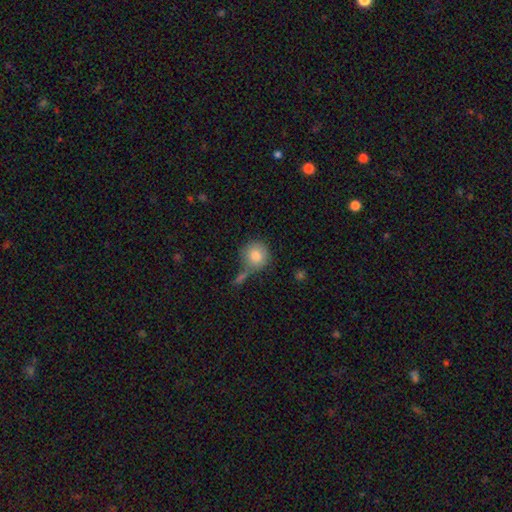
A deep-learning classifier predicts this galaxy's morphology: A smooth galaxy with no disk features (83%) that is round (90%).

Vote fractions:
- Smooth or featured? smooth: 83% / featured or disk: 9% / star or artifact: 8%
- How rounded? round: 90% / in between: 9% / cigar-shaped: 1%
- Merging? none: 60% / merger: 18% / minor disturbance: 15% / major disturbance: 7%